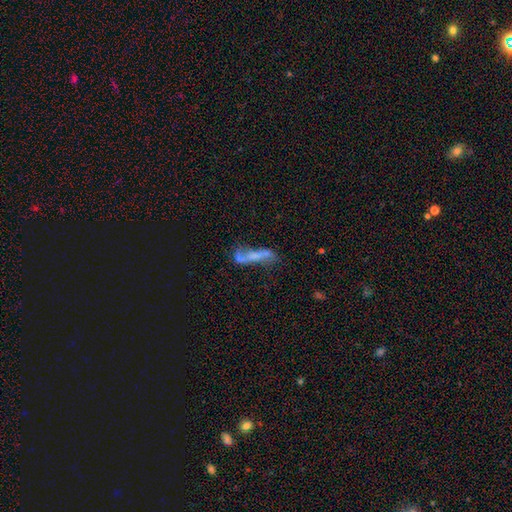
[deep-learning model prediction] A featured or disk galaxy (52%). Merging: none (33%).